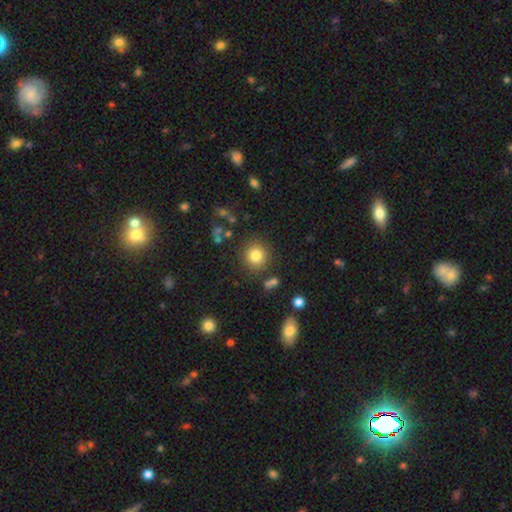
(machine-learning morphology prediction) This appears to be a smooth galaxy with no disk features (81%) that is round (90%). Merging: none (85%).